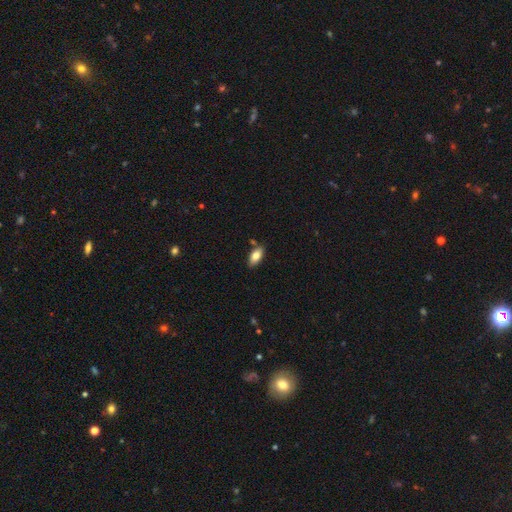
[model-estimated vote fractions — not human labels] A smooth galaxy with no disk features (80%) that is in between round and cigar-shaped (90%). Merging: none (83%).